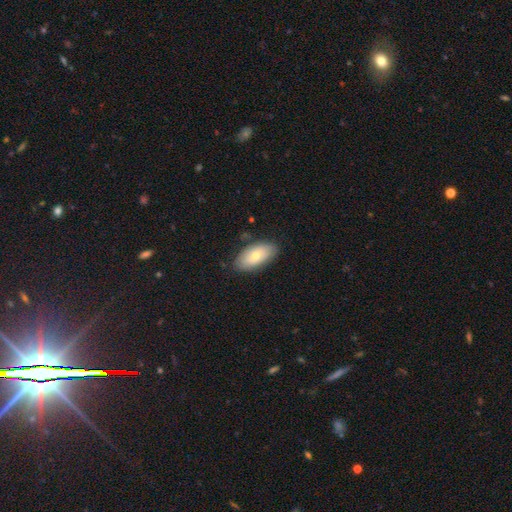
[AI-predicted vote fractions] Q: Smooth or featured?
A: smooth (63%); runner-up: featured or disk (31%)
Q: How rounded?
A: in between (93%); runner-up: cigar-shaped (4%)
Q: Merging?
A: none (81%); runner-up: minor disturbance (15%)